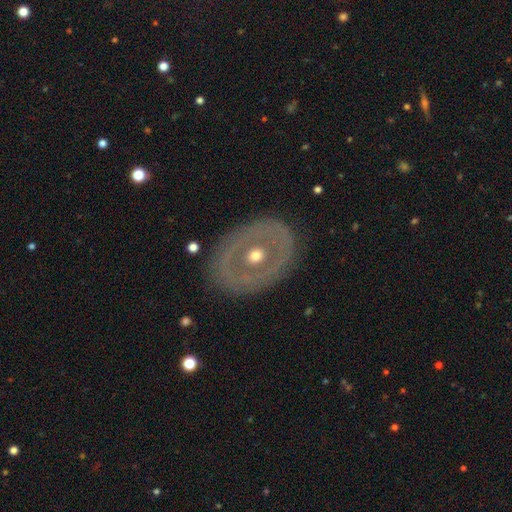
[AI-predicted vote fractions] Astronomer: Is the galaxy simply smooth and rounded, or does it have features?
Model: featured or disk — 66%.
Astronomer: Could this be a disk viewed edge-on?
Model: no — 94%.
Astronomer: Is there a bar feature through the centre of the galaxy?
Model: no — 86%.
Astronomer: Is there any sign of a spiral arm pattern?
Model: no — 83%.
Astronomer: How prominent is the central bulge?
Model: moderate — 74%.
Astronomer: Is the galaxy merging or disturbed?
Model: none — 81%.